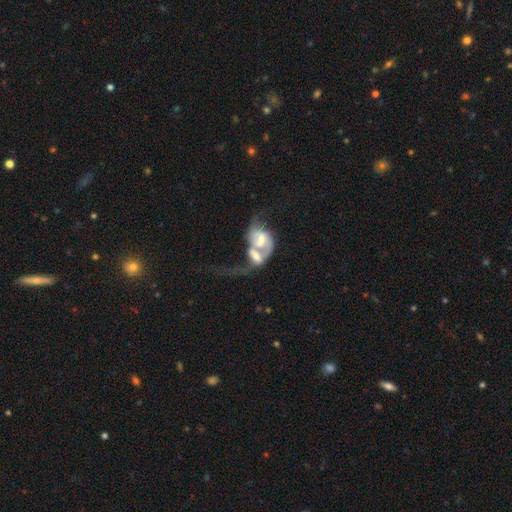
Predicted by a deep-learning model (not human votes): Q: Smooth or featured?
A: featured or disk (65%); runner-up: smooth (28%)
Q: Edge-on disk?
A: no (96%); runner-up: yes (4%)
Q: Bar?
A: no (49%); runner-up: weak (34%)
Q: Spiral arms?
A: yes (69%); runner-up: no (31%)
Q: Bulge size?
A: moderate (41%); runner-up: small (25%)
Q: Merging?
A: merger (73%); runner-up: major disturbance (16%)